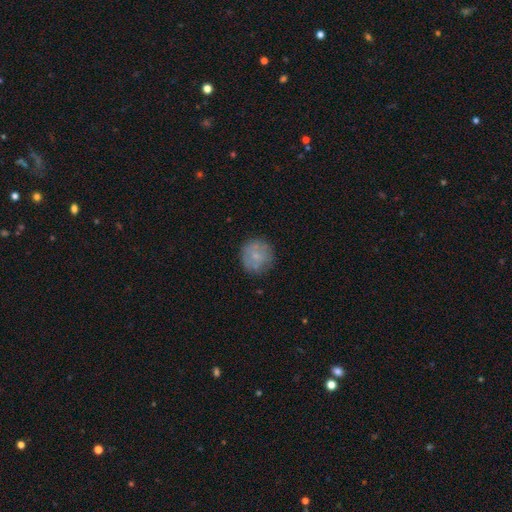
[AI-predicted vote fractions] smooth-or-featured: smooth: 73% | featured or disk: 19% | star or artifact: 8%
  how-rounded: round: 93% | in between: 6% | cigar-shaped: 1%
  merging: none: 79% | minor disturbance: 14% | major disturbance: 4% | merger: 2%